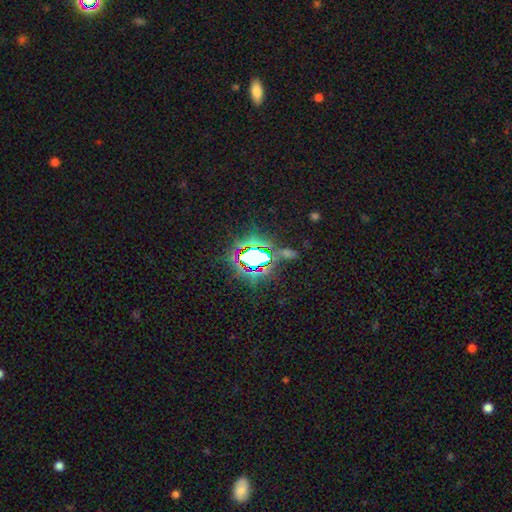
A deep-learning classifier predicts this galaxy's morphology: smooth_or_featured: star or artifact (p=0.74) [alt: smooth p=0.16]